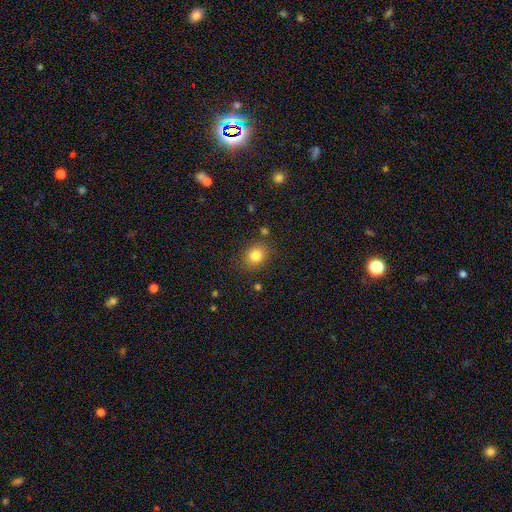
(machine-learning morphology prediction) Q: Smooth or featured?
A: smooth (82%); runner-up: star or artifact (11%)
Q: How rounded?
A: round (70%); runner-up: in between (29%)
Q: Merging?
A: none (84%); runner-up: minor disturbance (10%)